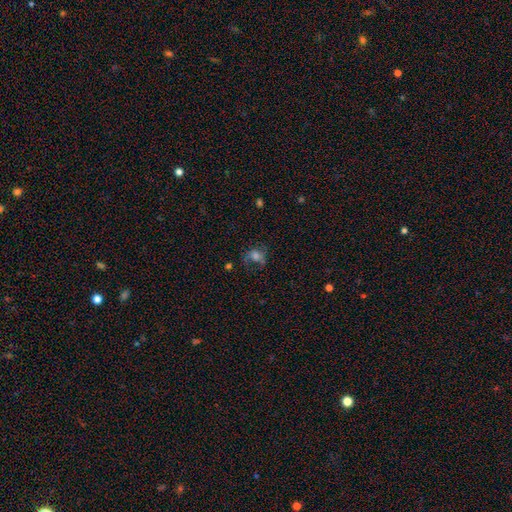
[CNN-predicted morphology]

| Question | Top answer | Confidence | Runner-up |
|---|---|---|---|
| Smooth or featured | smooth | 53% | featured or disk (30%) |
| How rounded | round | 51% | in between (47%) |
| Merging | none | 46% | major disturbance (29%) |